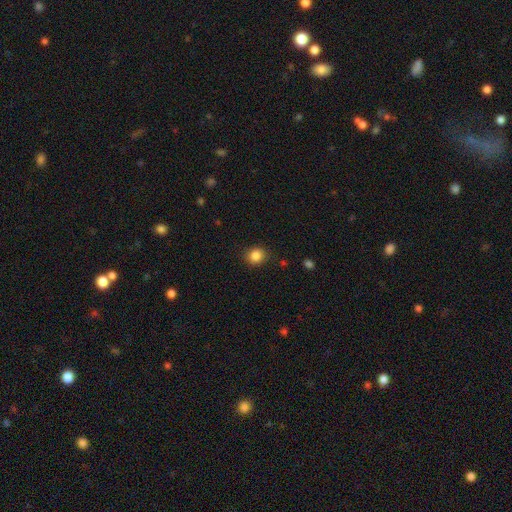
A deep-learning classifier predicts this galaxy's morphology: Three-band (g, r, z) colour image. It shows a smooth galaxy with no disk features (86%) that is round (78%). Merging: none (86%).